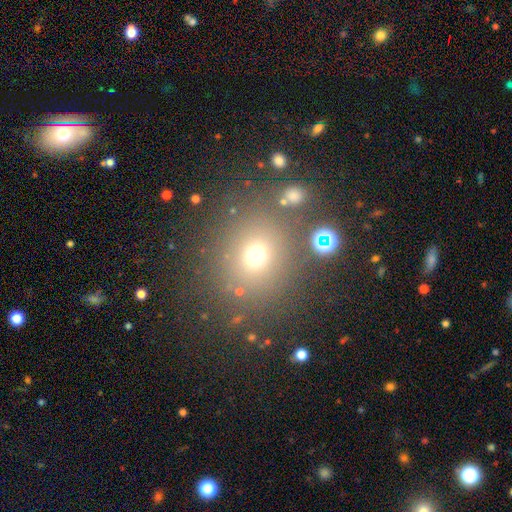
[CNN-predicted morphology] Overall: smooth (66%). How rounded: round (79%). Merging: none (80%).